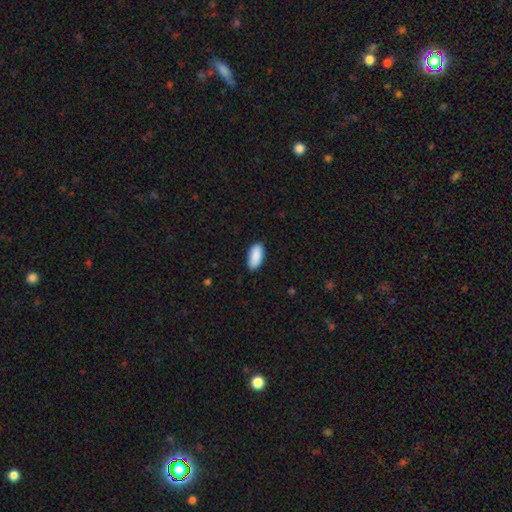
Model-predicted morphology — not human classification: smooth-or-featured: smooth: 91% | star or artifact: 6% | featured or disk: 4%
  how-rounded: in between: 93% | cigar-shaped: 6% | round: 2%
  merging: none: 87% | minor disturbance: 10% | major disturbance: 2% | merger: 1%